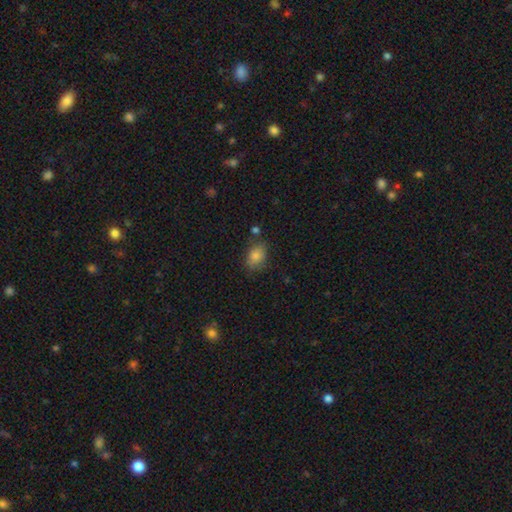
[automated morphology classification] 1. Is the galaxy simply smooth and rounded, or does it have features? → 81% smooth, 11% star or artifact, 9% featured or disk.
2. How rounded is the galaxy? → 78% in between, 21% round, 1% cigar-shaped.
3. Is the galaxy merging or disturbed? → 74% none, 18% minor disturbance, 4% major disturbance, 4% merger.